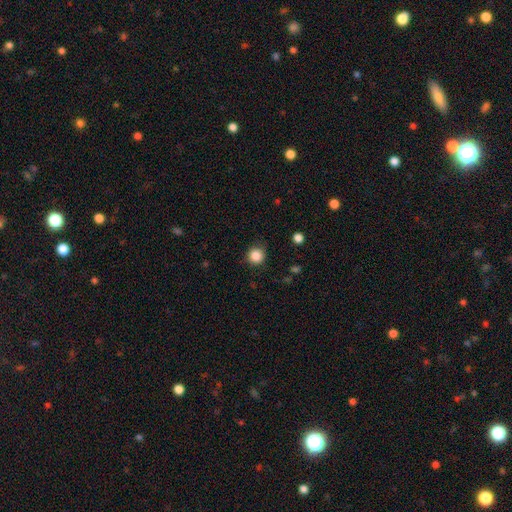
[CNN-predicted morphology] A smooth galaxy with no disk features (85%) that is round (92%). Merging: none (86%).